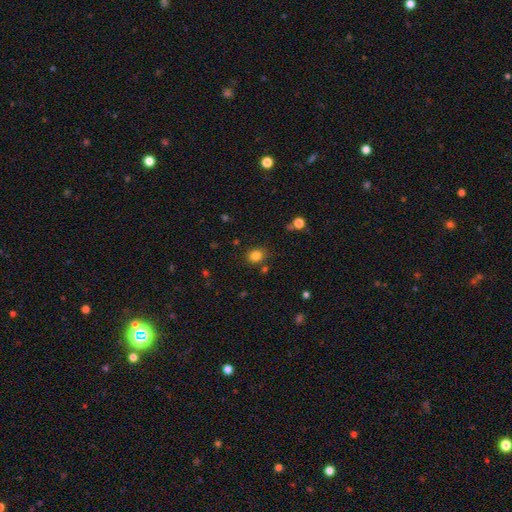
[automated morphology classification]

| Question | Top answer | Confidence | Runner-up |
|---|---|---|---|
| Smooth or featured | smooth | 82% | star or artifact (12%) |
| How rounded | round | 56% | in between (43%) |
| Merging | none | 80% | minor disturbance (12%) |